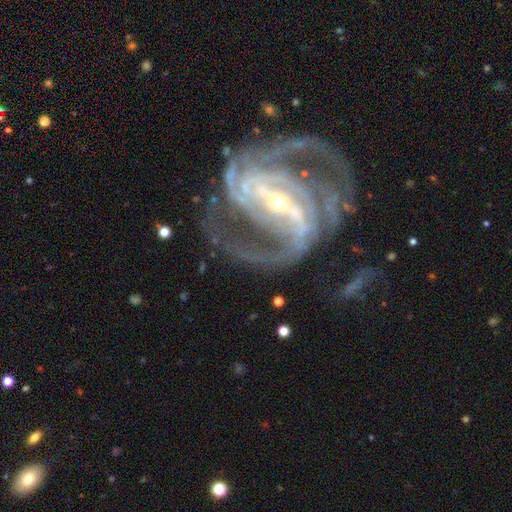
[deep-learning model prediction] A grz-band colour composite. It shows a featured or disk galaxy (93%) with a strong bar (72%), 2 (40%) medium (50%) spiral arms (98%) and a small central bulge (75%). Merging: none (61%).